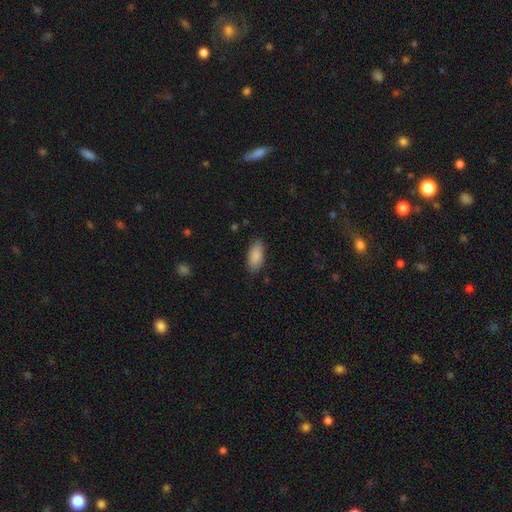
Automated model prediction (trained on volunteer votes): smooth-or-featured: smooth: 88% | featured or disk: 6% | star or artifact: 6%
  how-rounded: in between: 89% | cigar-shaped: 9% | round: 2%
  merging: none: 85% | minor disturbance: 12% | major disturbance: 3% | merger: 1%